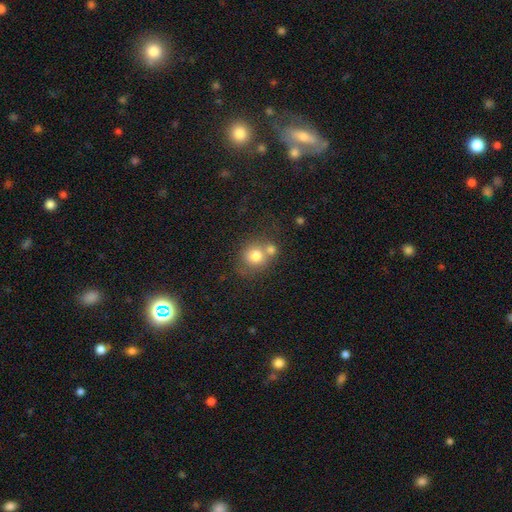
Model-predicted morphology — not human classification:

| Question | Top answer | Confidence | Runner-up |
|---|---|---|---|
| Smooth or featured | smooth | 76% | featured or disk (13%) |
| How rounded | round | 82% | in between (17%) |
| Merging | none | 45% | merger (41%) |